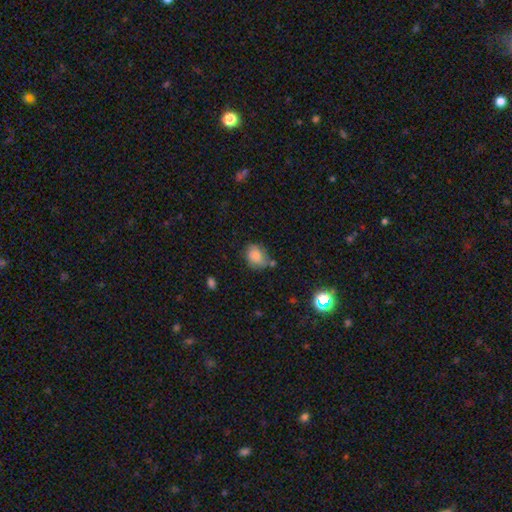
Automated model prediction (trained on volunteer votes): Smooth or featured? smooth (81%)
How rounded? in between (62%)
Merging? none (59%)